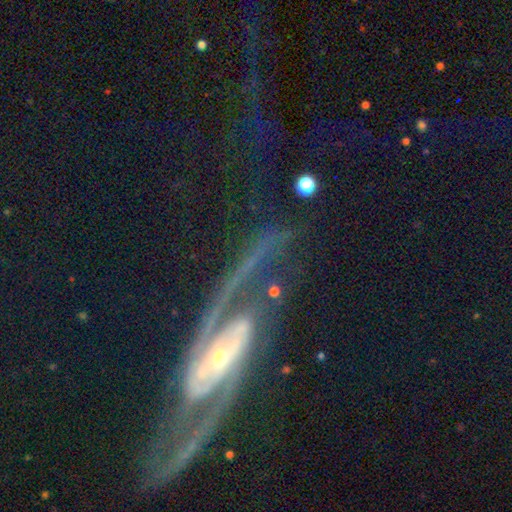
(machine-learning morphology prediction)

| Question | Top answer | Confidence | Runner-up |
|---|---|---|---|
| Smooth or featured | featured or disk | 79% | star or artifact (14%) |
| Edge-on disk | no | 91% | yes (9%) |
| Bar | no | 40% | weak (32%) |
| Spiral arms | yes | 95% | no (5%) |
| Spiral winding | medium | 45% | loose (35%) |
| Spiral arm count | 2 | 91% | can't tell (3%) |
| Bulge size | small | 59% | moderate (33%) |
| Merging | none | 68% | major disturbance (14%) |